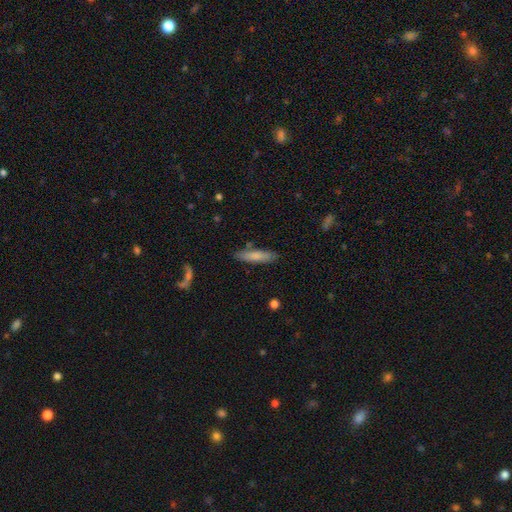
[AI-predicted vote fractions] smooth-or-featured: smooth: 76% | featured or disk: 18% | star or artifact: 6%
  how-rounded: cigar-shaped: 80% | in between: 18% | round: 1%
  merging: none: 83% | minor disturbance: 11% | merger: 3% | major disturbance: 2%